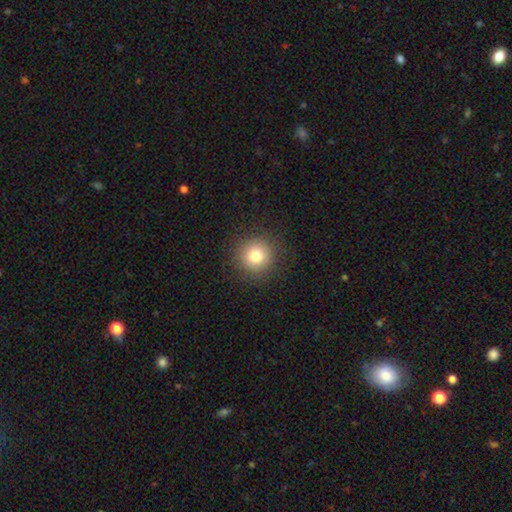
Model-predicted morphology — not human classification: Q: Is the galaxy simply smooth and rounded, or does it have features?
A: smooth — 80%.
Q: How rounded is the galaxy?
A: round — 94%.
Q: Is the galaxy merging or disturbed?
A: none — 90%.